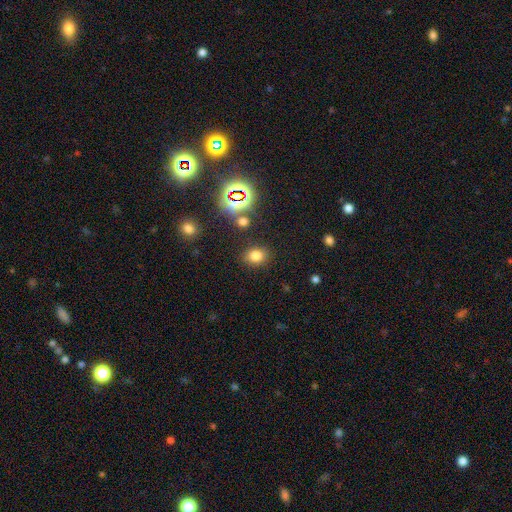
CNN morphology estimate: This appears to be a smooth galaxy with no disk features (74%) that is round (50%). Merging: none (83%).